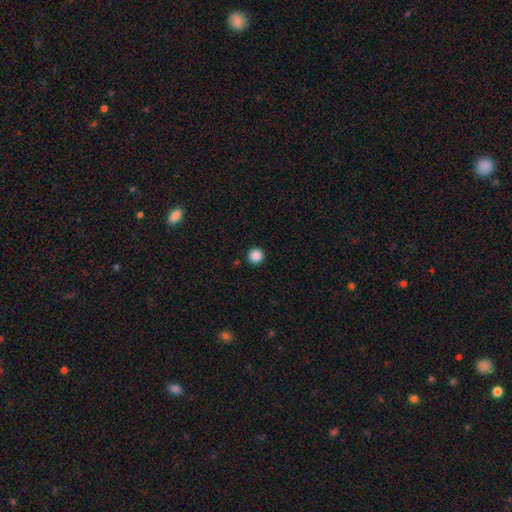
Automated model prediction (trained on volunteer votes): This is clearly a smooth galaxy (87%). How rounded: clearly round (96%). Merging: clearly none (93%).